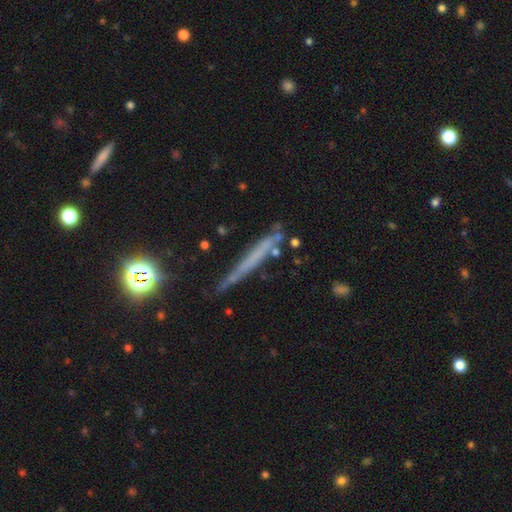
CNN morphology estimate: Overall: smooth (43%; featured or disk 41%). Merging: none (71%).